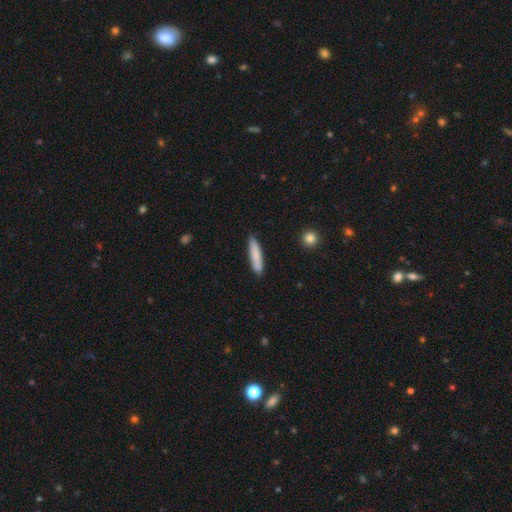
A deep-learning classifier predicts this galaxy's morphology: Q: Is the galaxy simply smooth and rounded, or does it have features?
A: smooth — 80%.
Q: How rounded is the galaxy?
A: cigar-shaped — 87%.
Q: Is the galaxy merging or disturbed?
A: none — 86%.